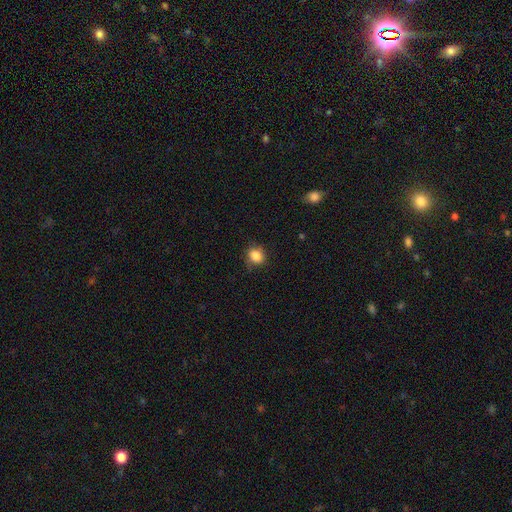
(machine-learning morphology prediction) This is clearly a smooth galaxy (85%). How rounded: likely round (68%). Merging: likely none (79%).